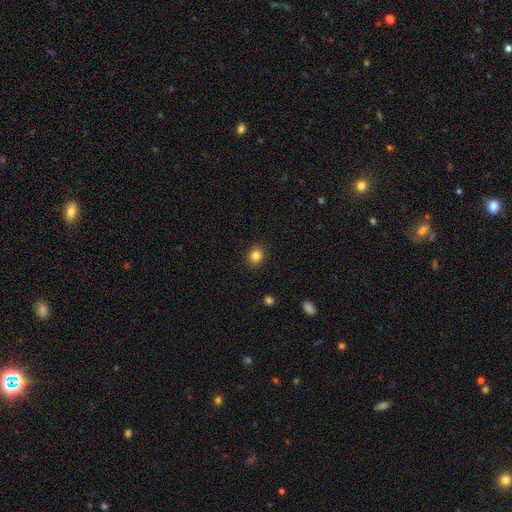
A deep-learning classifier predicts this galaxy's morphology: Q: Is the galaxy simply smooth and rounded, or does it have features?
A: smooth — 84%.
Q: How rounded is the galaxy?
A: round — 73%.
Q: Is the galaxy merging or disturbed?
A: none — 89%.